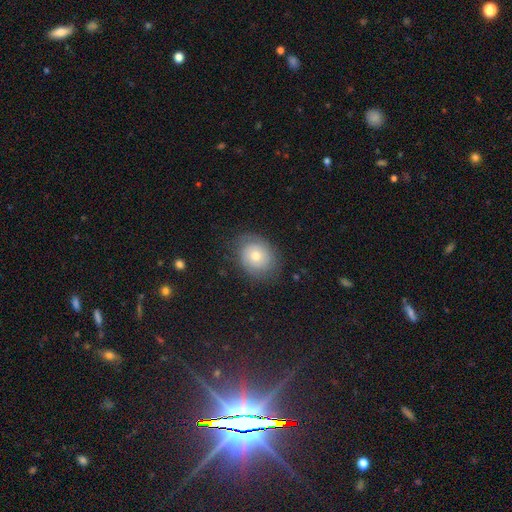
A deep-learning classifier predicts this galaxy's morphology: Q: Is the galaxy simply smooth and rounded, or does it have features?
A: smooth — 54%.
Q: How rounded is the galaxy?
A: round — 56%.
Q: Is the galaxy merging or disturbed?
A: none — 75%.